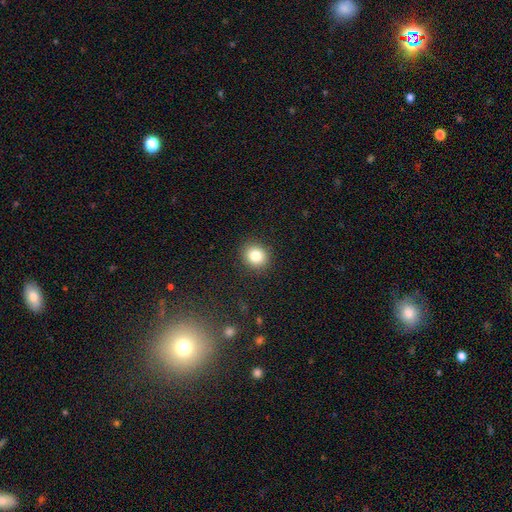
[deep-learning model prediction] The model was most divided on "how rounded": round: 80%, in between: 19%, cigar-shaped: 1%. More confident: merging — none (90%); smooth or featured — smooth (83%).